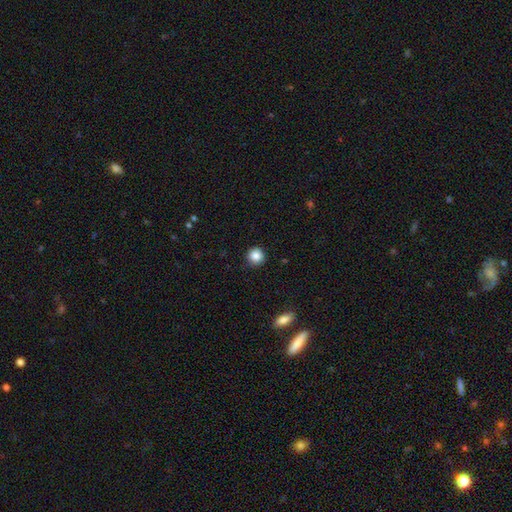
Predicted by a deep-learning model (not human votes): The model was most divided on "smooth or featured": smooth: 86%, star or artifact: 10%, featured or disk: 5%. More confident: how rounded — round (94%); merging — none (90%).